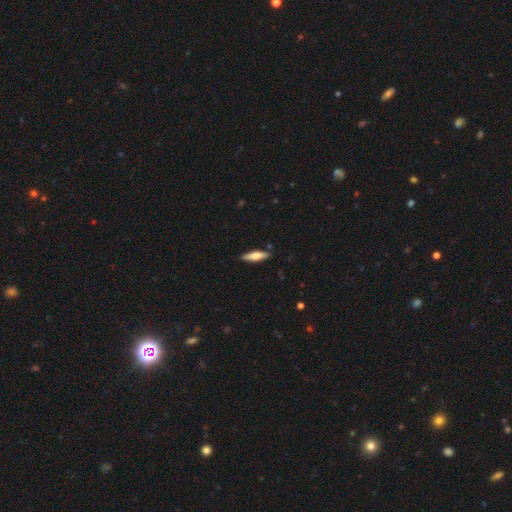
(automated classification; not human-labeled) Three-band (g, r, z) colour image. It shows a smooth galaxy with no disk features (70%) that is cigar-shaped (68%). Merging: none (86%).